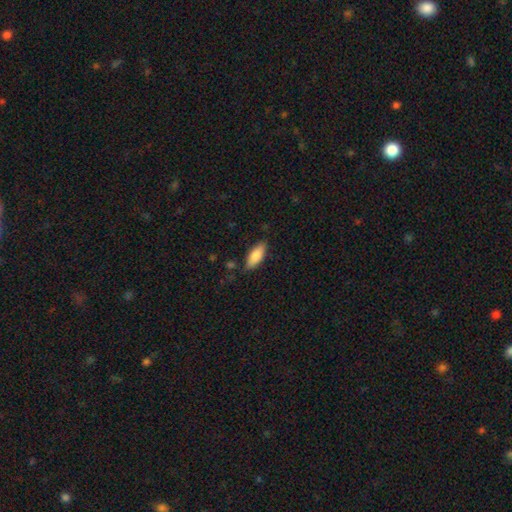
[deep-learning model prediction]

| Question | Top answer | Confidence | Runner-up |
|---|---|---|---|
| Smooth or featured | smooth | 85% | featured or disk (9%) |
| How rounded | in between | 79% | cigar-shaped (19%) |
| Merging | none | 81% | minor disturbance (14%) |